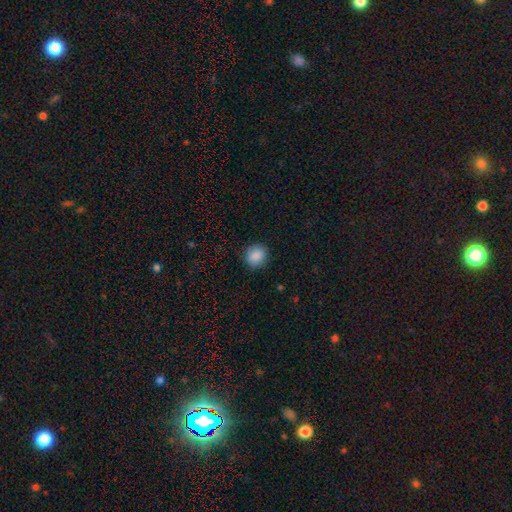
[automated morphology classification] This appears to be a smooth galaxy with no disk features (88%) that is round (81%). Merging: none (89%).